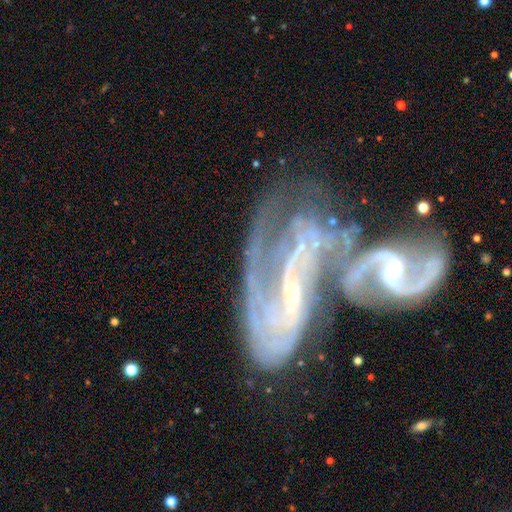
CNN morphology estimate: Smooth or featured? featured or disk (88%)
Edge-on disk? no (95%)
Bar? weak (41%)
Spiral arms? yes (95%)
Spiral winding? medium (46%)
Spiral arm count? 2 (68%)
Bulge size? small (68%)
Merging? merger (70%)